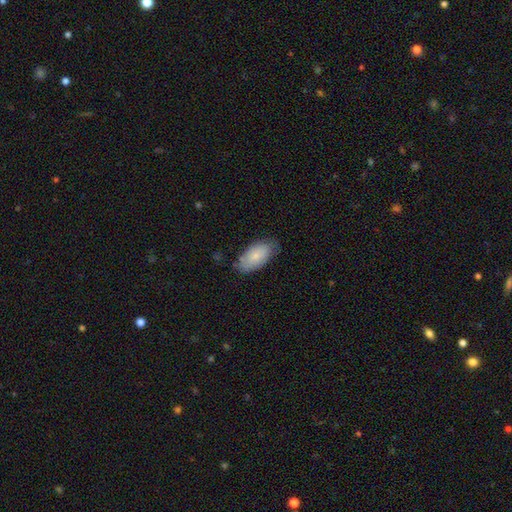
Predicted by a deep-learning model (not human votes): A smooth galaxy with no disk features (77%) that is in between round and cigar-shaped (94%). Merging: none (71%).